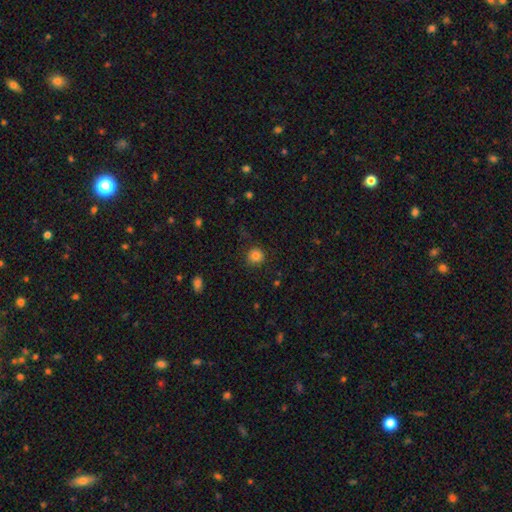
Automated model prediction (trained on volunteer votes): Q: Smooth or featured?
A: smooth (82%); runner-up: star or artifact (12%)
Q: How rounded?
A: round (92%); runner-up: in between (7%)
Q: Merging?
A: none (87%); runner-up: minor disturbance (9%)